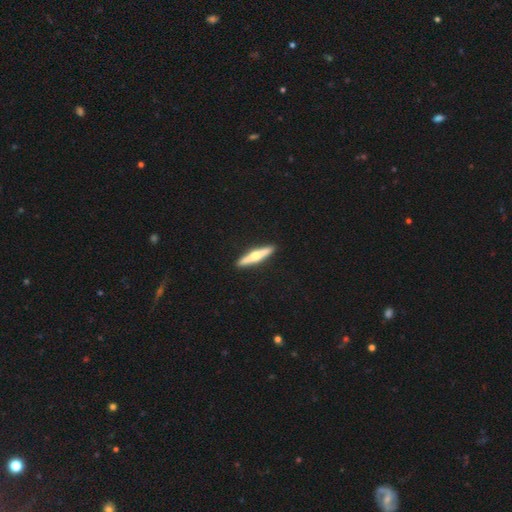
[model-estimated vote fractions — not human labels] smooth_or_featured: featured or disk (p=0.63) [alt: smooth p=0.33]
disk_edge_on: yes (p=0.97) [alt: no p=0.03]
edge_on_bulge: rounded (p=0.94) [alt: none p=0.03]
merging: none (p=0.93) [alt: minor disturbance p=0.05]